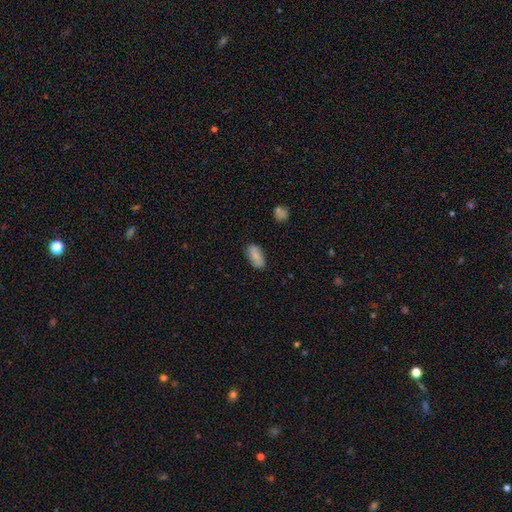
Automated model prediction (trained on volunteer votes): The model was most divided on "merging": none: 80%, minor disturbance: 15%, major disturbance: 3%, merger: 2%. More confident: how rounded — in between (89%); smooth or featured — smooth (80%).